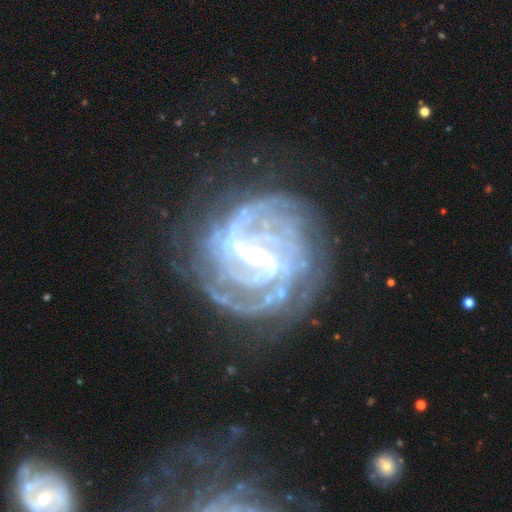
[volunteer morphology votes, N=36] Smooth or featured?
  - featured or disk: 97% *
  - star or artifact: 3%
  - smooth: 0%
Edge-on disk?
  - no: 100% *
  - yes: 0%
Bar?
  - weak: 49% *
  - strong: 37%
  - no: 14%
Spiral arms?
  - yes: 100% *
  - no: 0%
Spiral winding?
  - tight: 66% *
  - medium: 29%
  - loose: 6%
Spiral arm count?
  - 3: 26% *
  - 4: 23%
  - more than 4: 23%
  - 2: 17%
  - can't tell: 11%
  - 1: 0%
Bulge size?
  - small: 66% *
  - moderate: 34%
  - dominant: 0%
  - large: 0%
  - none: 0%
Merging?
  - none: 74% *
  - minor disturbance: 14%
  - major disturbance: 9%
  - merger: 3%